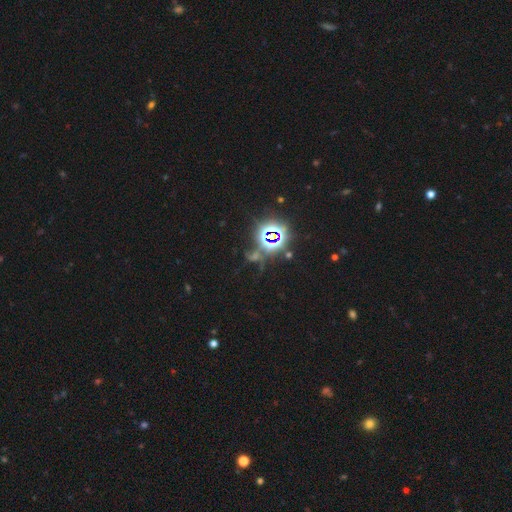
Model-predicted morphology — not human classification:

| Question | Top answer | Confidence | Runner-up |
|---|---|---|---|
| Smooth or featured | star or artifact | 79% | smooth (12%) |